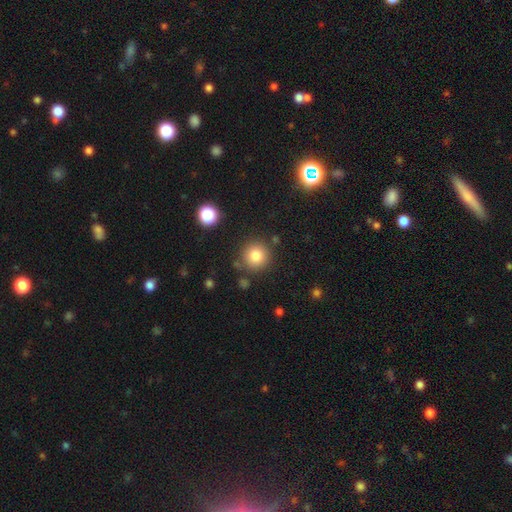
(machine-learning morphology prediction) A smooth galaxy with no disk features (82%) that is round (94%).

Vote fractions:
- Smooth or featured? smooth: 82% / star or artifact: 11% / featured or disk: 7%
- How rounded? round: 94% / in between: 5% / cigar-shaped: 1%
- Merging? none: 84% / minor disturbance: 8% / merger: 4% / major disturbance: 3%